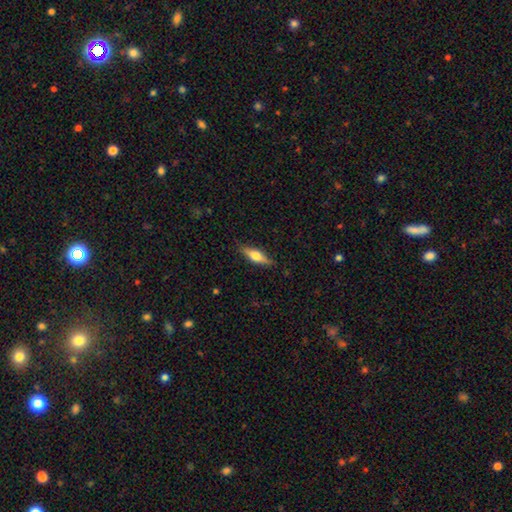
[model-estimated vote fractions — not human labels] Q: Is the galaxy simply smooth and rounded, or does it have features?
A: featured or disk — 49%.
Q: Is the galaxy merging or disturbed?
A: none — 85%.